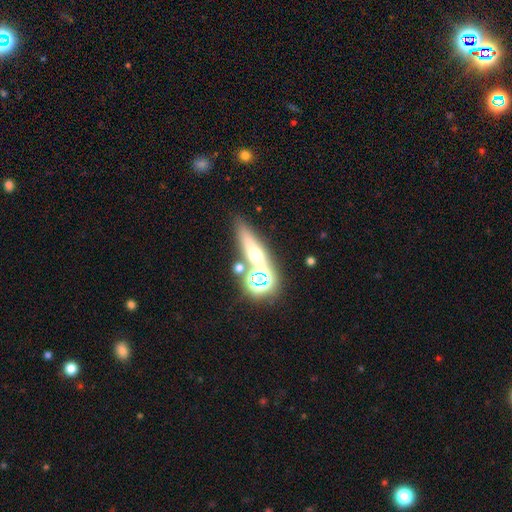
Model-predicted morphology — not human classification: Smooth or featured?
  - smooth: 41% *
  - featured or disk: 33%
  - star or artifact: 26%
Merging?
  - none: 66% *
  - merger: 18%
  - minor disturbance: 11%
  - major disturbance: 5%